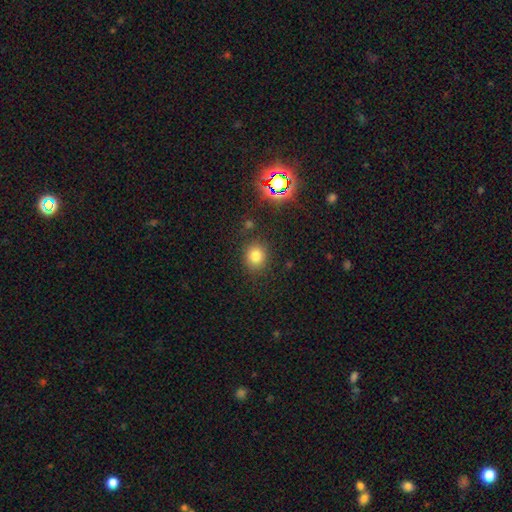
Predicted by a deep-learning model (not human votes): This appears to be a smooth galaxy with no disk features (78%) that is round (79%). Merging: none (85%).